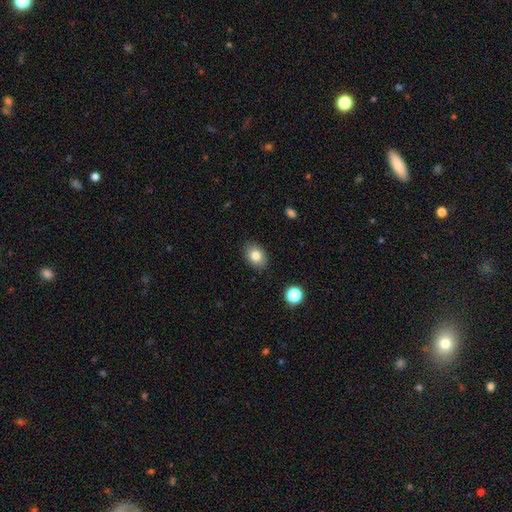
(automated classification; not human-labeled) smooth_or_featured: smooth (p=0.81) [alt: featured or disk p=0.10]
how_rounded: in between (p=0.71) [alt: round p=0.28]
merging: none (p=0.87) [alt: minor disturbance p=0.10]